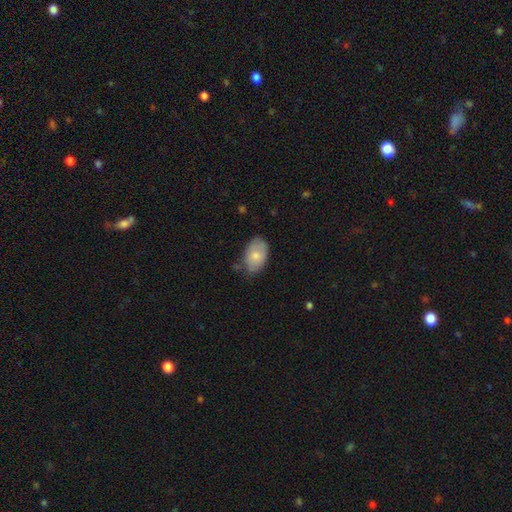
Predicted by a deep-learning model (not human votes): A smooth galaxy with no disk features (77%) that is in between round and cigar-shaped (90%).

Vote fractions:
- Smooth or featured? smooth: 77% / featured or disk: 17% / star or artifact: 6%
- How rounded? in between: 90% / round: 8% / cigar-shaped: 1%
- Merging? none: 65% / minor disturbance: 27% / major disturbance: 5% / merger: 3%